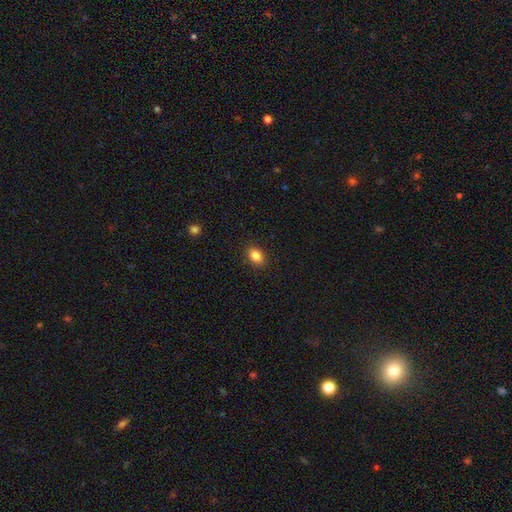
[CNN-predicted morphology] This appears to be a smooth galaxy with no disk features (85%) that is in between round and cigar-shaped (79%). Merging: none (88%).